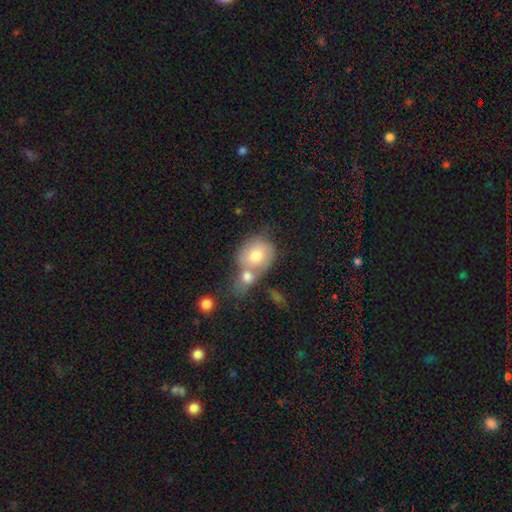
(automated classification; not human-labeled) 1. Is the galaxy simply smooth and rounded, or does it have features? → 72% smooth, 20% featured or disk, 7% star or artifact.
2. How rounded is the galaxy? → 59% round, 39% in between, 1% cigar-shaped.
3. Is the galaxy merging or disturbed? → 58% merger, 26% none, 10% minor disturbance, 6% major disturbance.